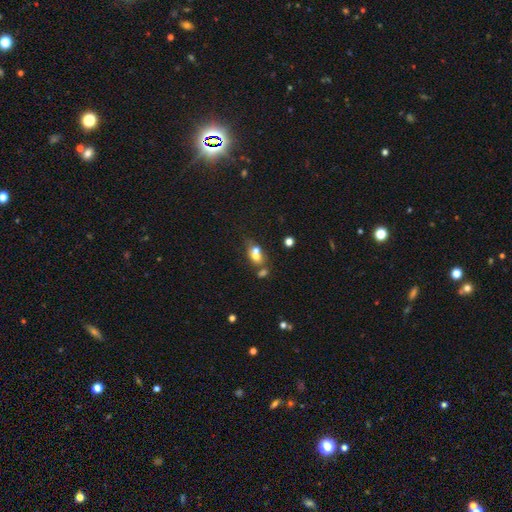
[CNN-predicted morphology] smooth 62%, featured or disk 23%, star or artifact 15%. Down the decision tree: how rounded — in between (58%); merging — merger (55%).